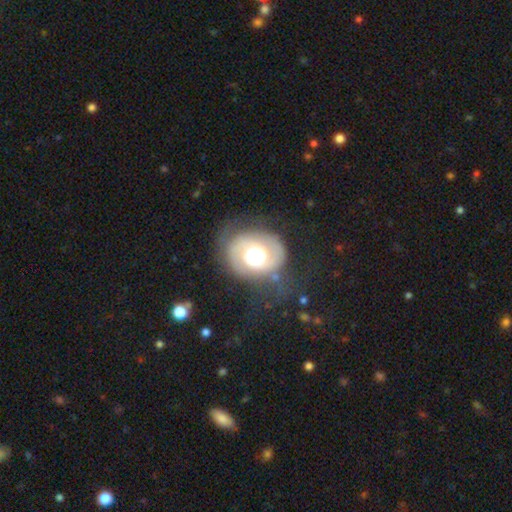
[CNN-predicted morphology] A featured or disk galaxy (59%) with no bar (78%), spiral arms (65%) and a large central bulge (45%).

Vote fractions:
- Smooth or featured? featured or disk: 59% / smooth: 32% / star or artifact: 9%
- Edge-on disk? no: 97% / yes: 3%
- Bar? no: 78% / weak: 17% / strong: 5%
- Spiral arms? yes: 65% / no: 35%
- Bulge size? large: 45% / moderate: 37% / dominant: 14% / small: 3% / none: 1%
- Merging? none: 57% / minor disturbance: 20% / major disturbance: 20% / merger: 2%